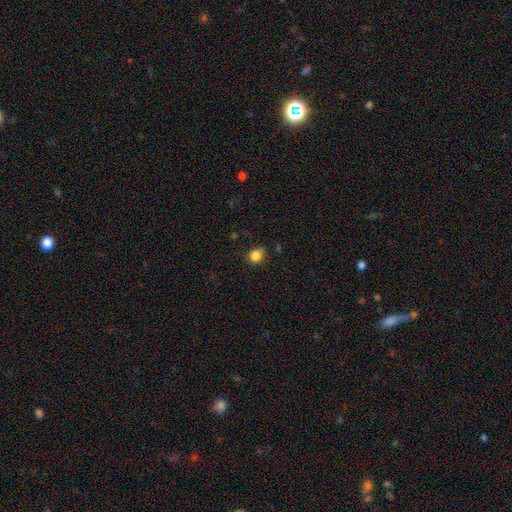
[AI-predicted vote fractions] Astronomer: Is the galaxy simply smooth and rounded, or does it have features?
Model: smooth — 84%.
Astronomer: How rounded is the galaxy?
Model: round — 68%.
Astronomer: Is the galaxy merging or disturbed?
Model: none — 79%.